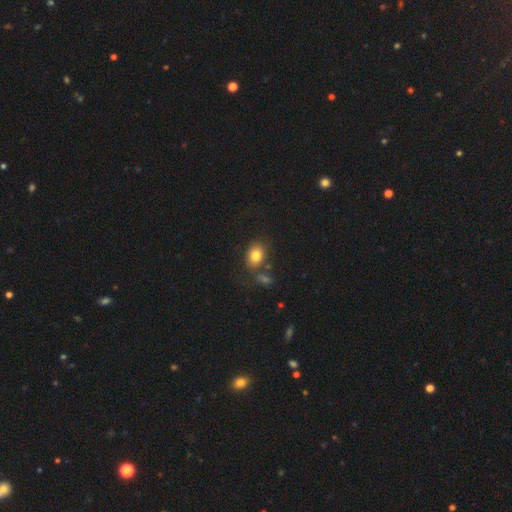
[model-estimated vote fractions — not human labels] smooth-or-featured: smooth: 80% | star or artifact: 10% | featured or disk: 10%
  how-rounded: in between: 61% | round: 38% | cigar-shaped: 1%
  merging: none: 67% | minor disturbance: 15% | merger: 13% | major disturbance: 5%